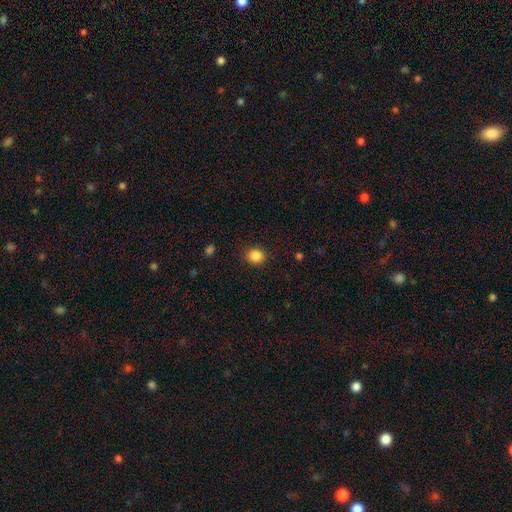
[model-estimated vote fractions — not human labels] Smooth or featured: smooth — 86% (star or artifact — 10%)
How rounded: round — 75% (in between — 24%)
Merging: none — 89% (minor disturbance — 8%)